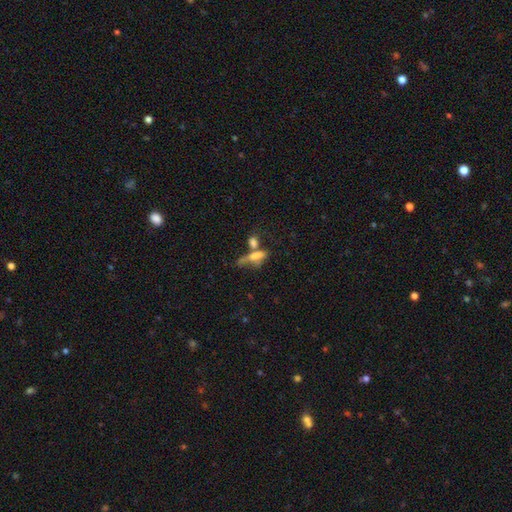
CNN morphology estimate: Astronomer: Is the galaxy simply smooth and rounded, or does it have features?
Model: smooth — 61%.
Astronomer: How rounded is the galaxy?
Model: in between — 54% (runner-up: cigar-shaped, 38%).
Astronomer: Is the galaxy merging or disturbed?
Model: merger — 42% (runner-up: none, 27%).